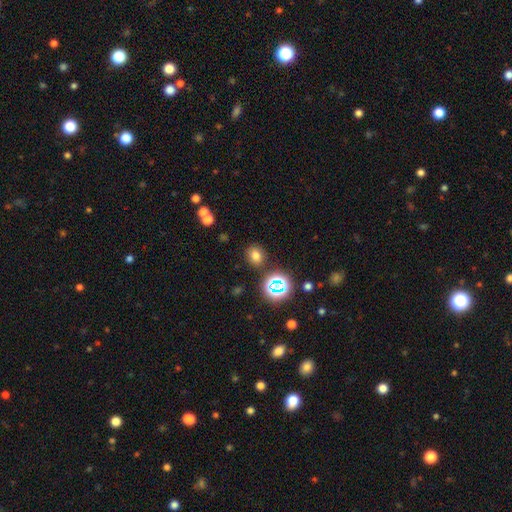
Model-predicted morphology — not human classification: smooth-or-featured: smooth: 71% | star or artifact: 22% | featured or disk: 7%
  how-rounded: round: 70% | in between: 29% | cigar-shaped: 1%
  merging: none: 84% | minor disturbance: 9% | merger: 4% | major disturbance: 3%